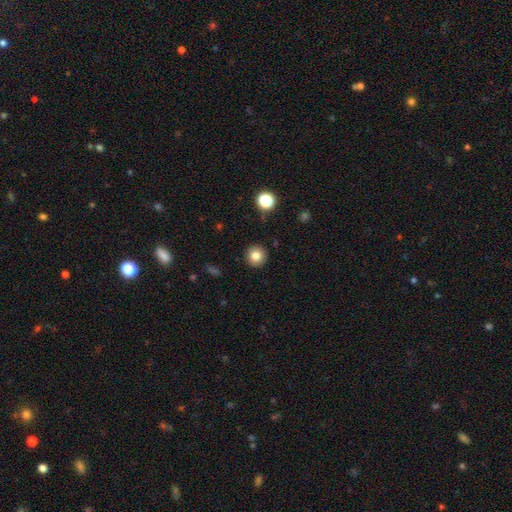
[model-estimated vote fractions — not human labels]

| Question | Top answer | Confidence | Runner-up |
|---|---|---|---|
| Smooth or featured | smooth | 81% | star or artifact (11%) |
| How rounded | round | 95% | in between (4%) |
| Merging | none | 91% | minor disturbance (6%) |